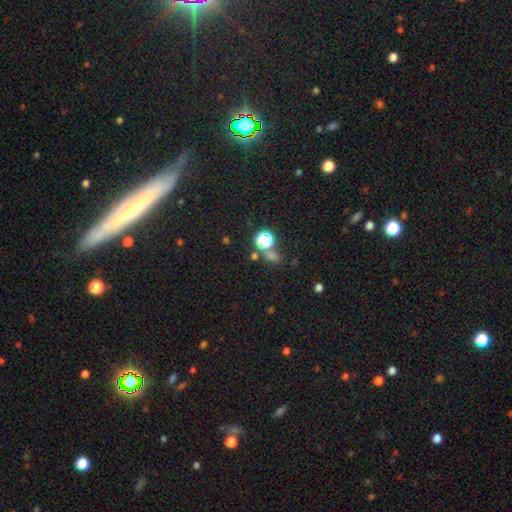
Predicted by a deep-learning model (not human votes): Overall: star or artifact (52%; smooth 40%).